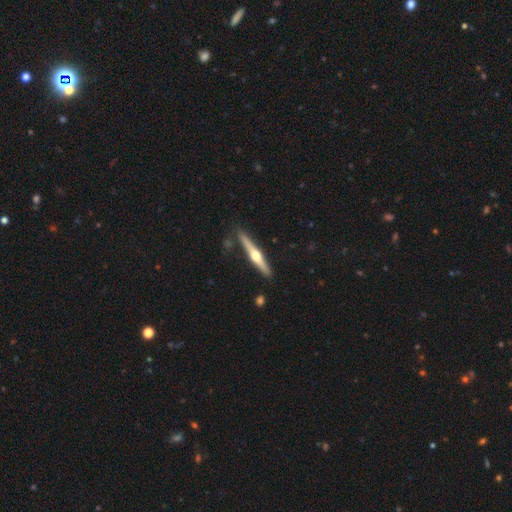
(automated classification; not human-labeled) A featured or disk galaxy (72%) viewed edge-on (98%) with a rounded central bulge (95%). Merging: none (87%).